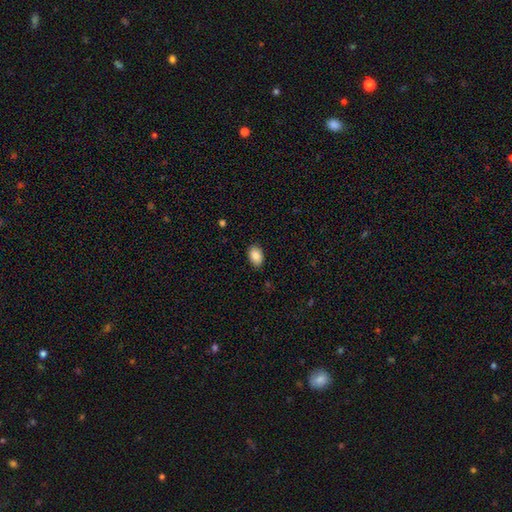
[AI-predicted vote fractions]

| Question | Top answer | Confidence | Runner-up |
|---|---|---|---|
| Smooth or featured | smooth | 89% | star or artifact (7%) |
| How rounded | in between | 88% | round (11%) |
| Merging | none | 87% | minor disturbance (10%) |